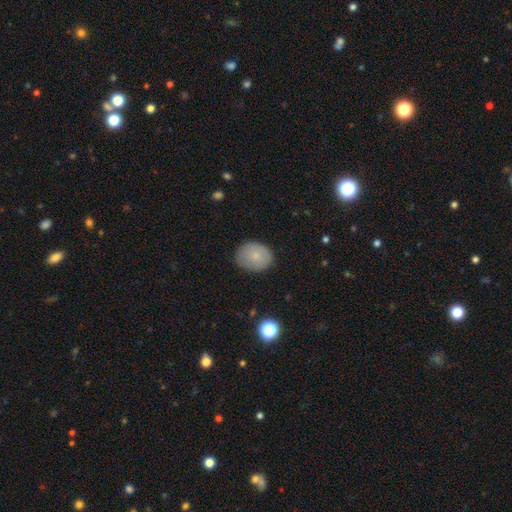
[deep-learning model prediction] Smooth or featured?
  - smooth: 79% *
  - featured or disk: 13%
  - star or artifact: 8%
How rounded?
  - in between: 50% *
  - round: 49%
  - cigar-shaped: 1%
Merging?
  - none: 82% *
  - minor disturbance: 14%
  - major disturbance: 3%
  - merger: 1%